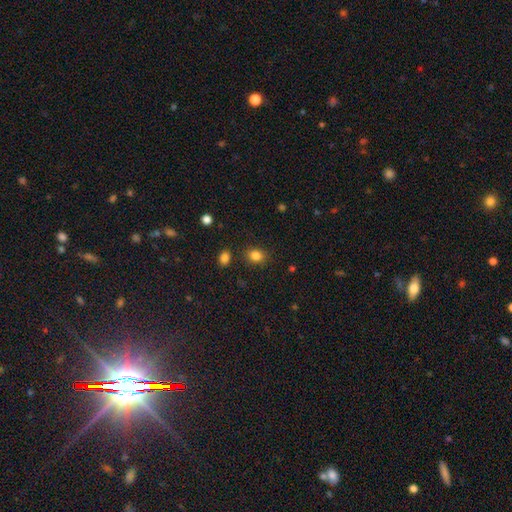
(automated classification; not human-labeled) Q: Smooth or featured?
A: smooth (84%); runner-up: star or artifact (12%)
Q: How rounded?
A: round (55%); runner-up: in between (44%)
Q: Merging?
A: none (84%); runner-up: minor disturbance (10%)